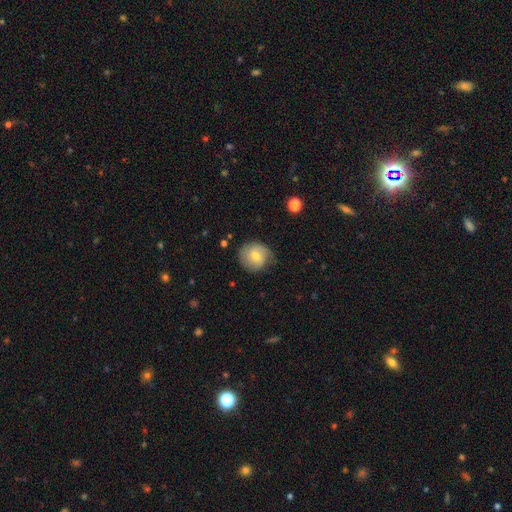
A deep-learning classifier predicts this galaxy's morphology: A smooth galaxy with no disk features (61%) that is round (87%). Merging: none (72%).